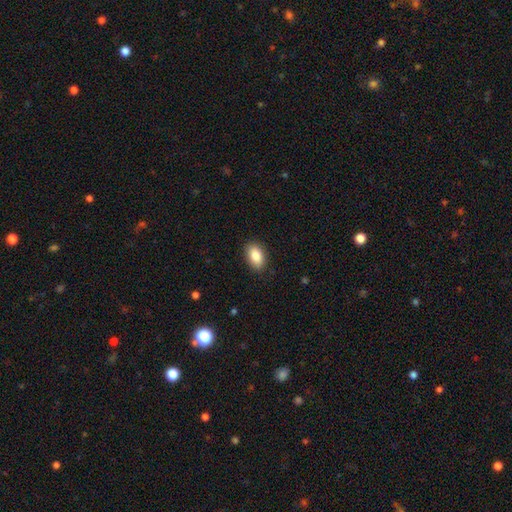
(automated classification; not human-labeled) Smooth or featured: smooth — 86% (star or artifact — 7%)
How rounded: in between — 91% (round — 7%)
Merging: none — 87% (minor disturbance — 10%)